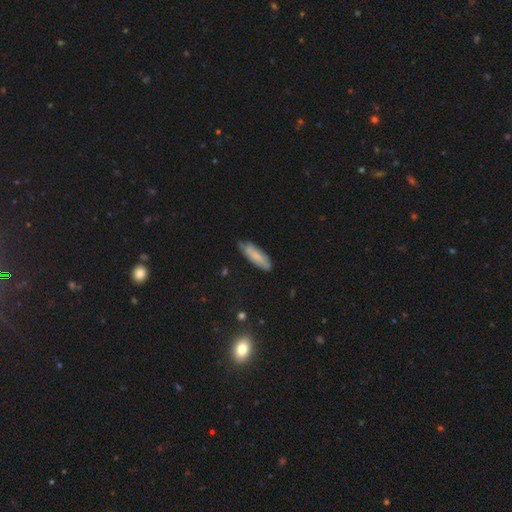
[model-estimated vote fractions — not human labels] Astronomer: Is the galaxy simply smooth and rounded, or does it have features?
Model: smooth — 71%.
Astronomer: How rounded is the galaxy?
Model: in between — 50% (runner-up: cigar-shaped, 49%).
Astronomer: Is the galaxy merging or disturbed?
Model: none — 67%.